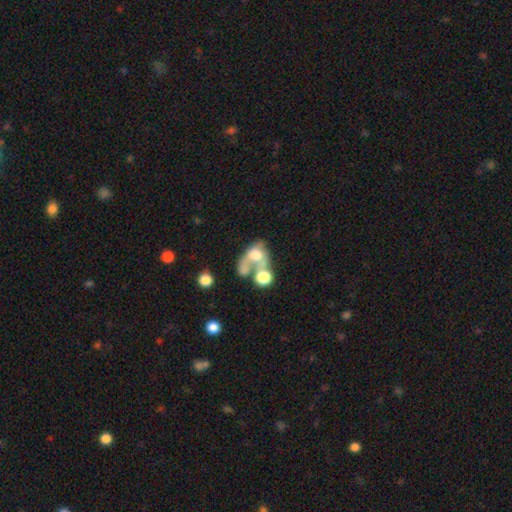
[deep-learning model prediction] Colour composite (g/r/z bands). It shows a smooth galaxy with no disk features (51%) that is in between round and cigar-shaped (67%). Merging: merger (59%).